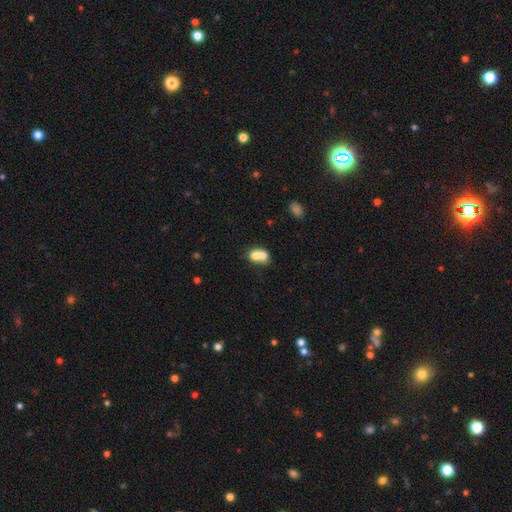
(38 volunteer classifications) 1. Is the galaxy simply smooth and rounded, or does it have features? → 82% smooth, 13% featured or disk, 5% star or artifact.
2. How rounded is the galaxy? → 55% in between, 42% round, 3% cigar-shaped.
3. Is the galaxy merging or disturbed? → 64% merger, 25% none, 11% major disturbance, 0% minor disturbance.